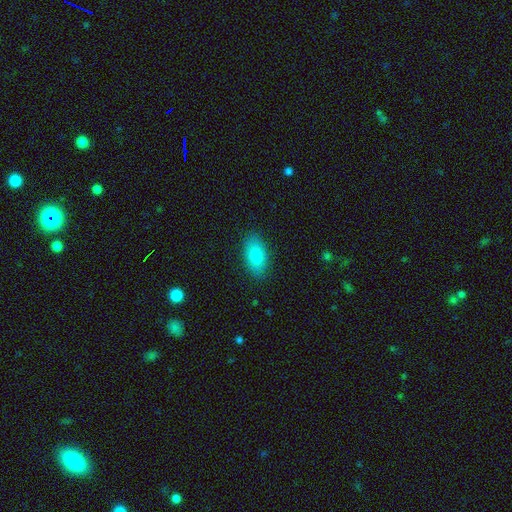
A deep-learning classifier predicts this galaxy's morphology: smooth_or_featured: smooth (p=0.83) [alt: featured or disk p=0.10]
how_rounded: in between (p=0.91) [alt: cigar-shaped p=0.04]
merging: none (p=0.87) [alt: minor disturbance p=0.10]